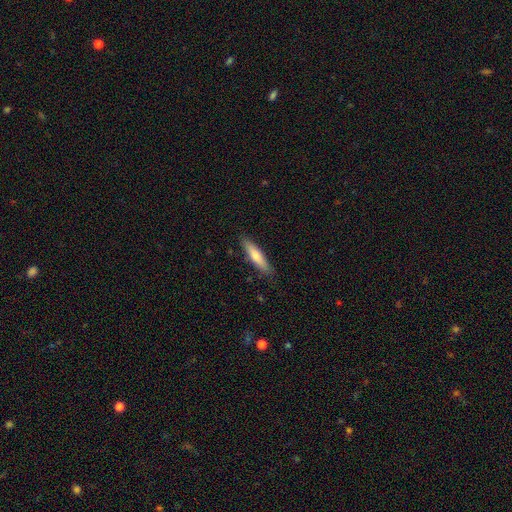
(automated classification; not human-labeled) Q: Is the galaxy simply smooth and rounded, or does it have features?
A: smooth — 65%.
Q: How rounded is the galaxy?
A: cigar-shaped — 81%.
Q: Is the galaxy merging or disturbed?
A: none — 88%.